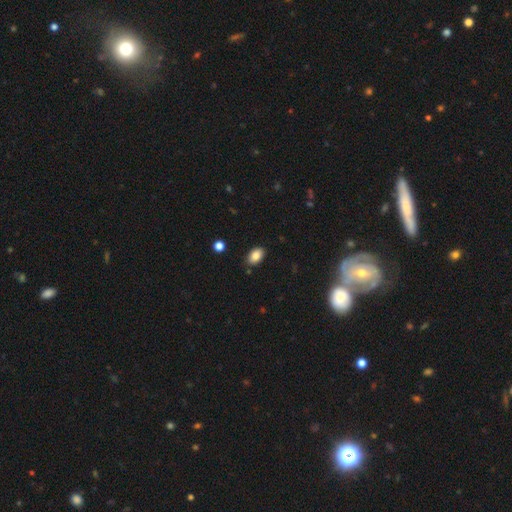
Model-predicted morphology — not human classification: Smooth or featured?
  - smooth: 85% *
  - star or artifact: 9%
  - featured or disk: 7%
How rounded?
  - in between: 89% *
  - round: 10%
  - cigar-shaped: 1%
Merging?
  - none: 86% *
  - minor disturbance: 10%
  - major disturbance: 2%
  - merger: 2%